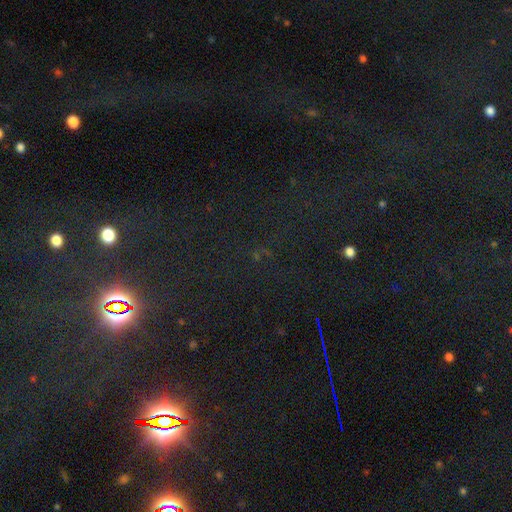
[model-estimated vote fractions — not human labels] Smooth or featured? star or artifact (80%)